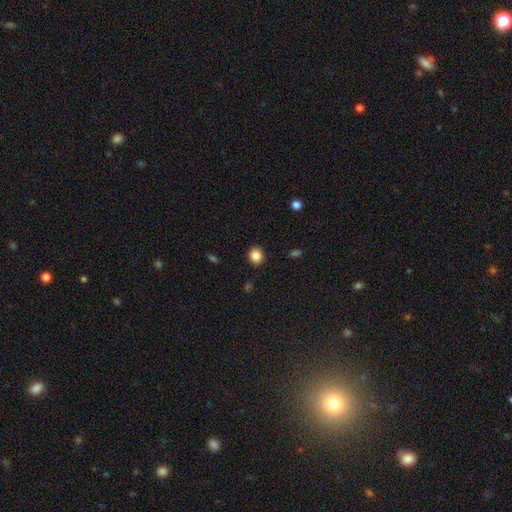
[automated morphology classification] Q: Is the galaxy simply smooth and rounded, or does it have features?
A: smooth — 86%.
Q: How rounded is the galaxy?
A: round — 81%.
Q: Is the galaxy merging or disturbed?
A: none — 90%.